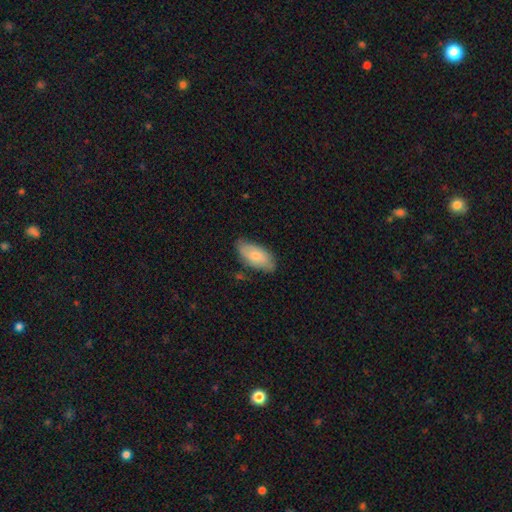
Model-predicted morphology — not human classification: Smooth or featured: smooth — 75% (featured or disk — 19%)
How rounded: in between — 92% (cigar-shaped — 6%)
Merging: none — 73% (minor disturbance — 22%)